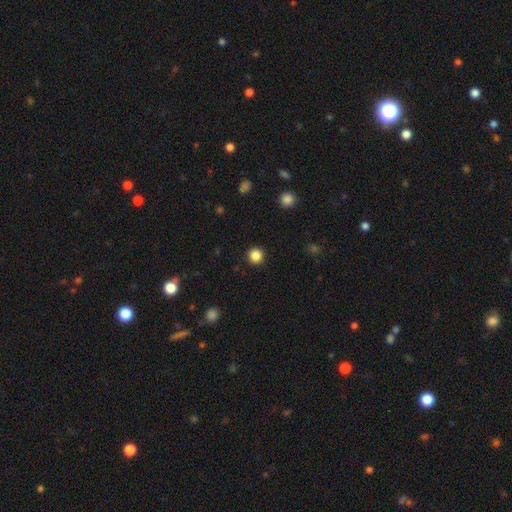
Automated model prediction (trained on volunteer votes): smooth 86%, star or artifact 11%, featured or disk 3%. Down the decision tree: how rounded — round (95%); merging — none (93%).